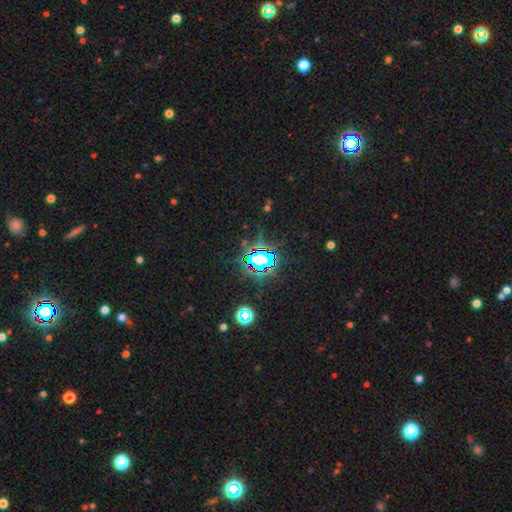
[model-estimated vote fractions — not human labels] Morphology: type=star or artifact (78%).